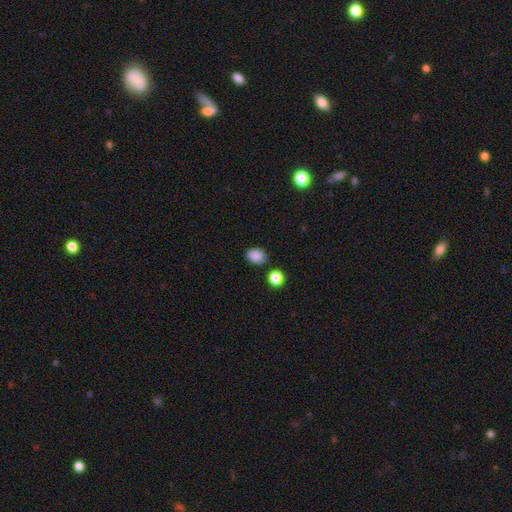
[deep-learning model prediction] Smooth or featured?
  - smooth: 86% *
  - star or artifact: 10%
  - featured or disk: 4%
How rounded?
  - in between: 61% *
  - round: 38%
  - cigar-shaped: 1%
Merging?
  - none: 82% *
  - minor disturbance: 11%
  - merger: 4%
  - major disturbance: 3%